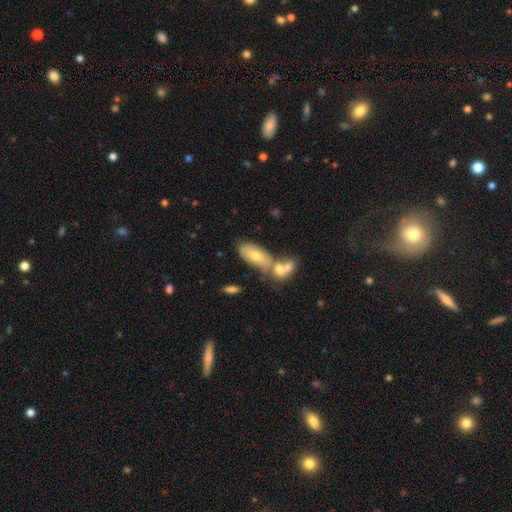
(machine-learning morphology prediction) Smooth or featured? smooth (59%)
How rounded? in between (84%)
Merging? merger (44%)